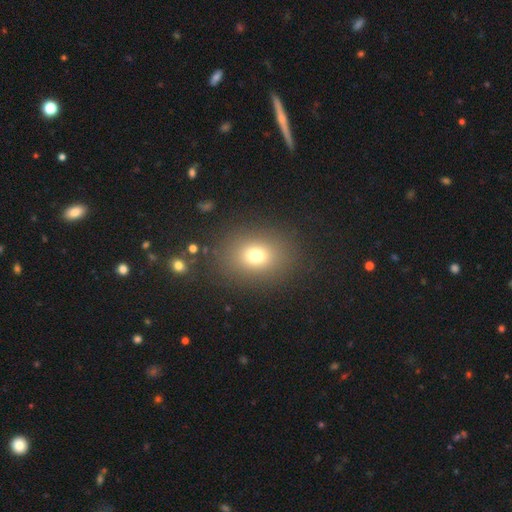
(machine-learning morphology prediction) A smooth galaxy with no disk features (73%) that is round (53%). Merging: none (85%).